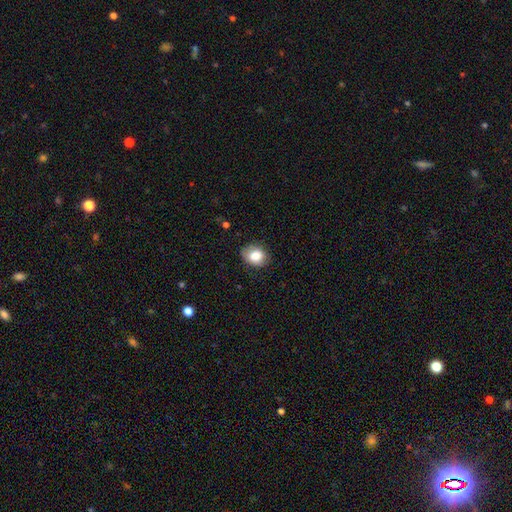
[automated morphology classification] Q: Smooth or featured?
A: smooth (82%); runner-up: featured or disk (9%)
Q: How rounded?
A: in between (53%); runner-up: round (46%)
Q: Merging?
A: none (77%); runner-up: minor disturbance (18%)